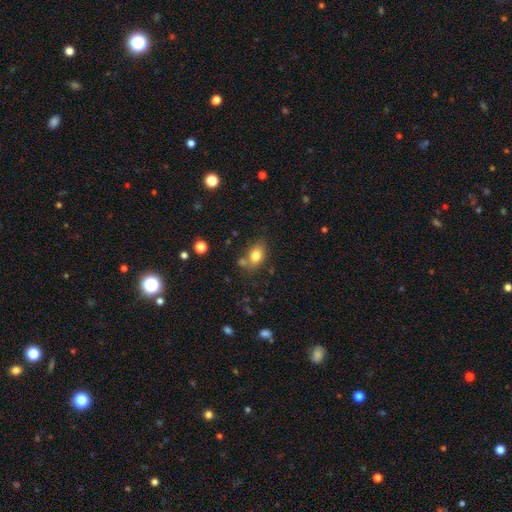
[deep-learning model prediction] Smooth or featured? smooth (80%)
How rounded? in between (75%)
Merging? none (65%)